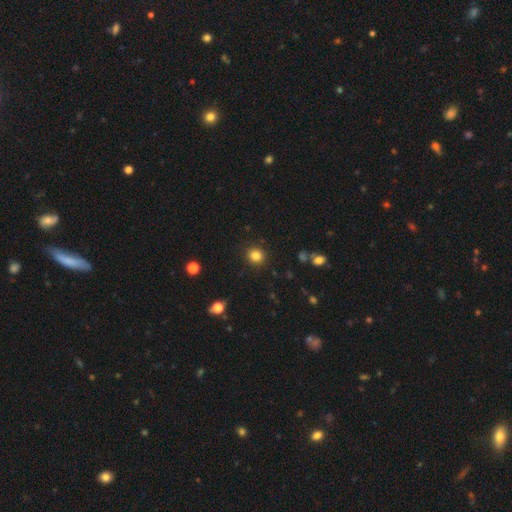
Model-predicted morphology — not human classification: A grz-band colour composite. It shows a smooth galaxy with no disk features (83%) that is round (87%). Merging: none (90%).